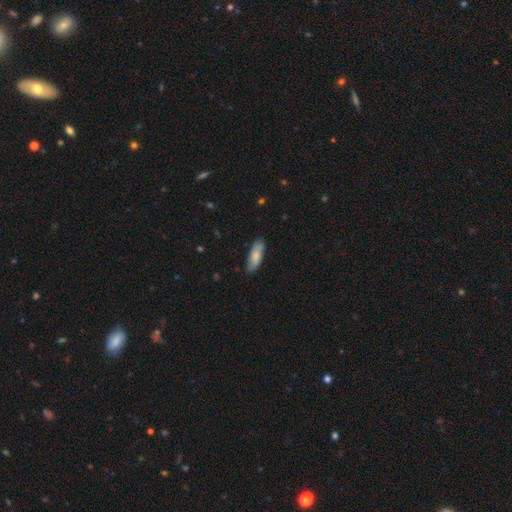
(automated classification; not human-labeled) smooth-or-featured: smooth: 75% | featured or disk: 19% | star or artifact: 6%
  how-rounded: in between: 62% | cigar-shaped: 36% | round: 2%
  merging: none: 78% | minor disturbance: 17% | major disturbance: 3% | merger: 2%